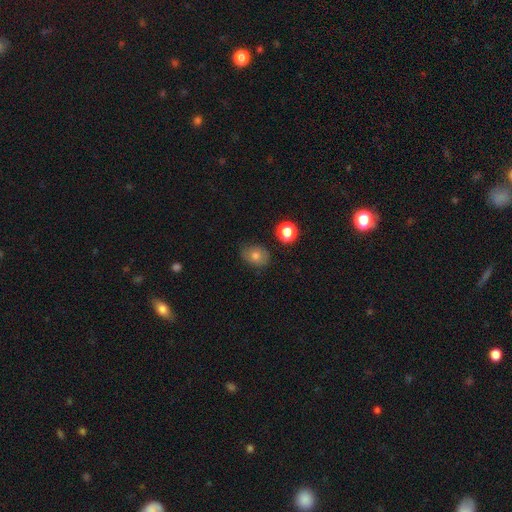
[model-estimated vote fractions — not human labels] A smooth galaxy with no disk features (74%) that is in between round and cigar-shaped (62%).

Vote fractions:
- Smooth or featured? smooth: 74% / featured or disk: 14% / star or artifact: 12%
- How rounded? in between: 62% / round: 37% / cigar-shaped: 1%
- Merging? none: 76% / minor disturbance: 18% / major disturbance: 4% / merger: 2%